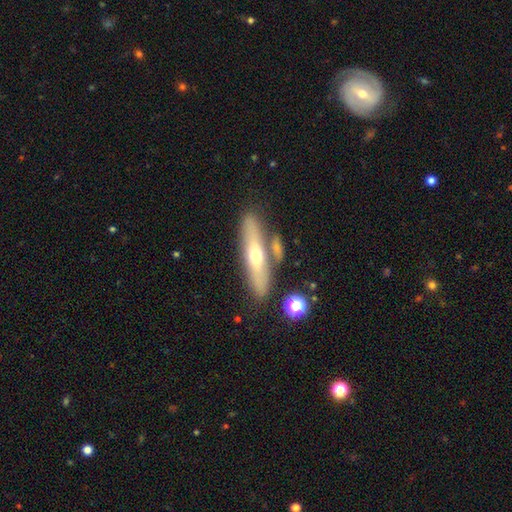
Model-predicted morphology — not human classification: smooth_or_featured: featured or disk (p=0.49) [alt: smooth p=0.43]
merging: none (p=0.71) [alt: merger p=0.13]